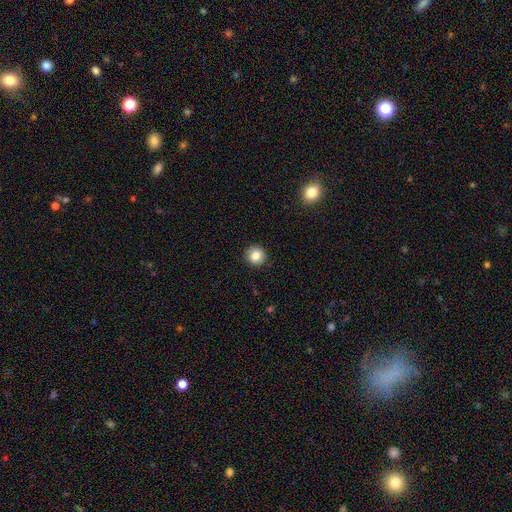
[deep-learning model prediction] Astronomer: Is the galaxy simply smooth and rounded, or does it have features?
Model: smooth — 83%.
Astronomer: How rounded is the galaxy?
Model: round — 92%.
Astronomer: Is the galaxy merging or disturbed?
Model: none — 91%.